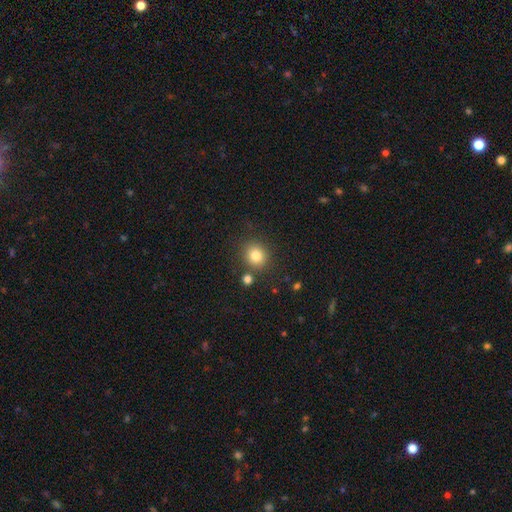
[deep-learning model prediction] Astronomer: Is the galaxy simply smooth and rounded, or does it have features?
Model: smooth — 81%.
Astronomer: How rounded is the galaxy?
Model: round — 85%.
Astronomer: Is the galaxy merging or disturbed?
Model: none — 80%.